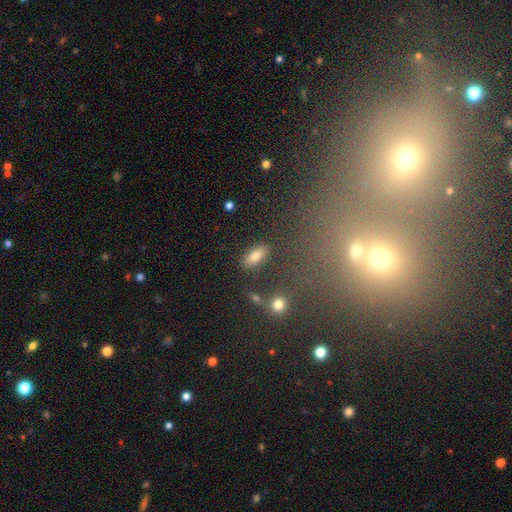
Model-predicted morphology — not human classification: type=smooth (79%); roundness=in between (85%); merging=none (83%).